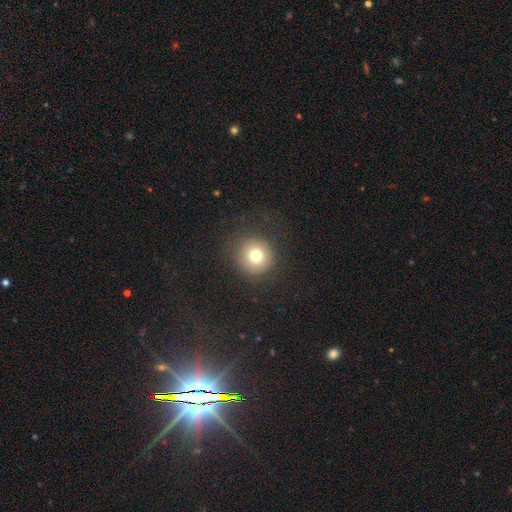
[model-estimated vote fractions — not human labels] A smooth galaxy with no disk features (76%) that is round (94%).

Vote fractions:
- Smooth or featured? smooth: 76% / star or artifact: 14% / featured or disk: 10%
- How rounded? round: 94% / in between: 5% / cigar-shaped: 1%
- Merging? none: 87% / minor disturbance: 7% / major disturbance: 5% / merger: 1%